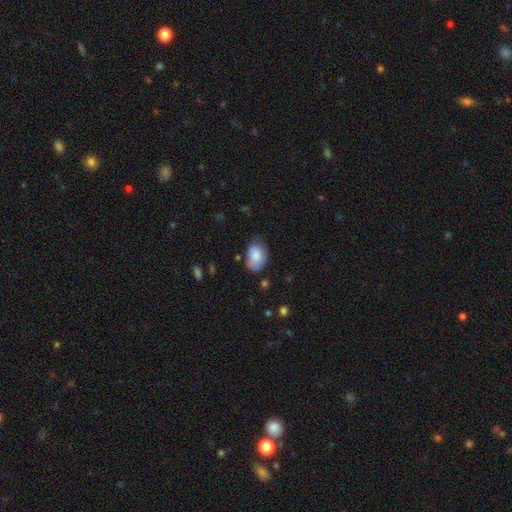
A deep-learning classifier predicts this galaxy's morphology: Smooth or featured: smooth — 84% (featured or disk — 10%)
How rounded: in between — 86% (round — 13%)
Merging: none — 57% (minor disturbance — 32%)